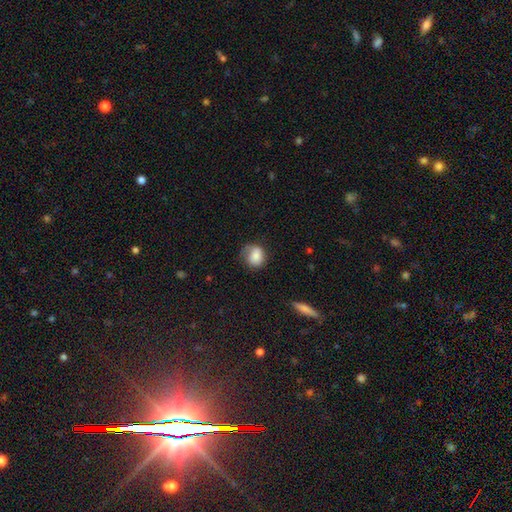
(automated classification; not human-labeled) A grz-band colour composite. It shows a smooth galaxy with no disk features (75%) that is round (63%). Merging: none (50%).